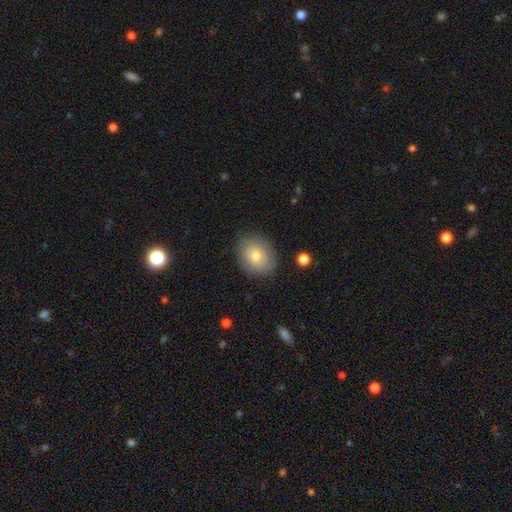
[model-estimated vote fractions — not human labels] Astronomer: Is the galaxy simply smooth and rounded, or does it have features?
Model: smooth — 68%.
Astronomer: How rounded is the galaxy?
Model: round — 57% (runner-up: in between, 42%).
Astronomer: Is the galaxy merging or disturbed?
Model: none — 81%.